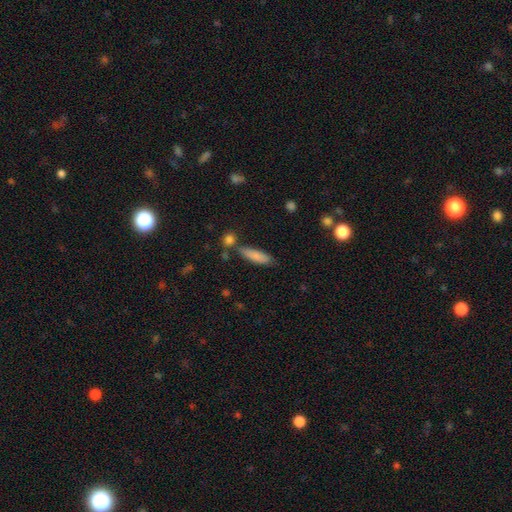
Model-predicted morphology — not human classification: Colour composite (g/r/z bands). It shows a smooth galaxy with no disk features (83%) that is cigar-shaped (61%). Merging: none (73%).